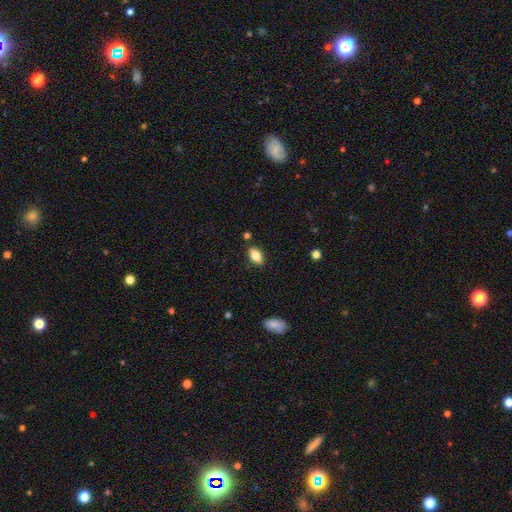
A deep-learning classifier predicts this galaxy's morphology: Smooth or featured? Predicted: smooth (p=0.83). How rounded? Predicted: in between (p=0.91). Merging? Predicted: none (p=0.85).